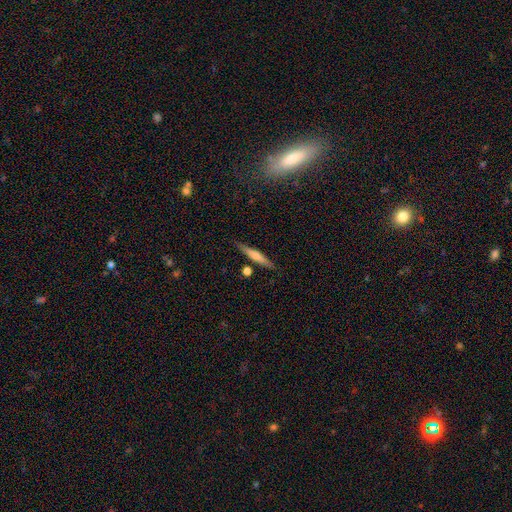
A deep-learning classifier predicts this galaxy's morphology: This appears to be a smooth galaxy with no disk features (51%) that is cigar-shaped (92%). Merging: none (84%).